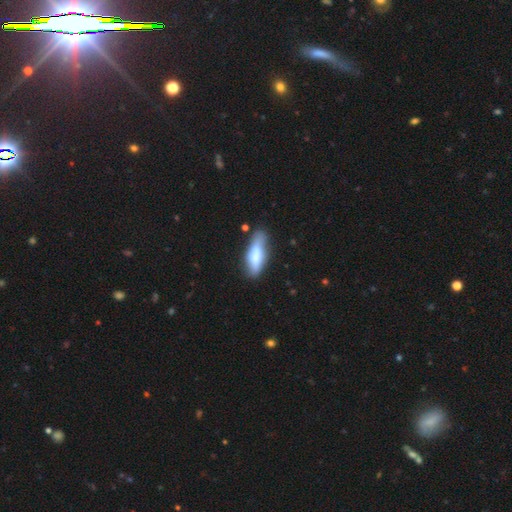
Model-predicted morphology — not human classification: smooth-or-featured: smooth: 70% | featured or disk: 23% | star or artifact: 6%
  how-rounded: in between: 51% | cigar-shaped: 47% | round: 2%
  merging: none: 64% | minor disturbance: 25% | major disturbance: 7% | merger: 5%